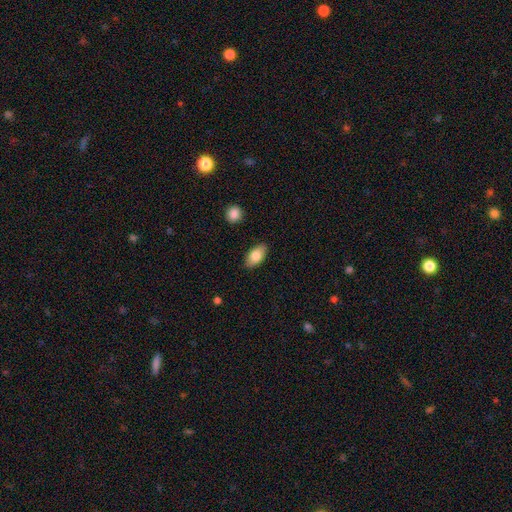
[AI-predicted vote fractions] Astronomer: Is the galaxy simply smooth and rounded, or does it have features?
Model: smooth — 81%.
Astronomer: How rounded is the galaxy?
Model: in between — 93%.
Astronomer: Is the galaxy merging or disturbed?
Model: none — 87%.